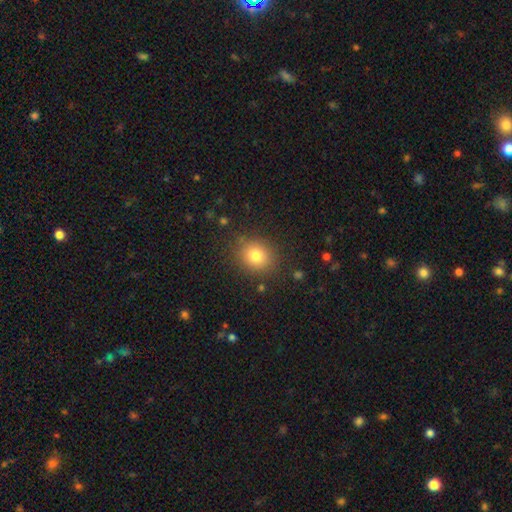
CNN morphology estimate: A smooth galaxy with no disk features (80%) that is round (73%). Merging: none (85%).